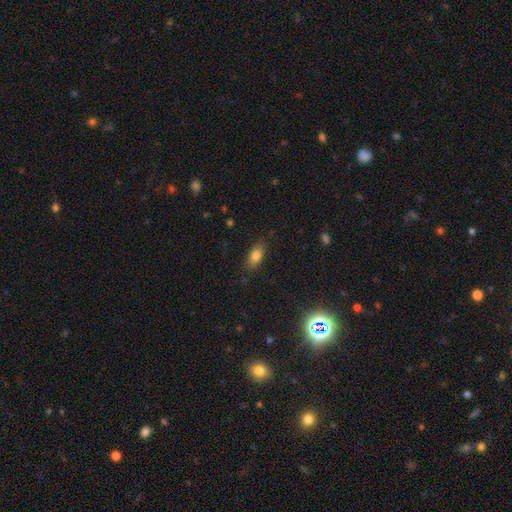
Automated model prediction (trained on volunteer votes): Smooth or featured? smooth (80%)
How rounded? in between (85%)
Merging? none (82%)